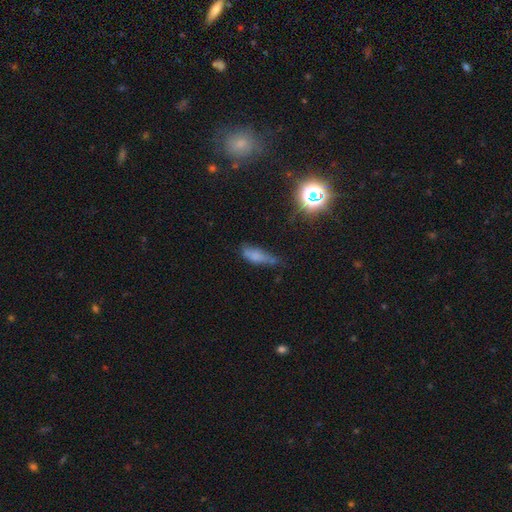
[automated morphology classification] smooth-or-featured: smooth: 65% | featured or disk: 20% | star or artifact: 15%
  how-rounded: in between: 56% | cigar-shaped: 40% | round: 3%
  merging: none: 38% | minor disturbance: 37% | major disturbance: 19% | merger: 6%